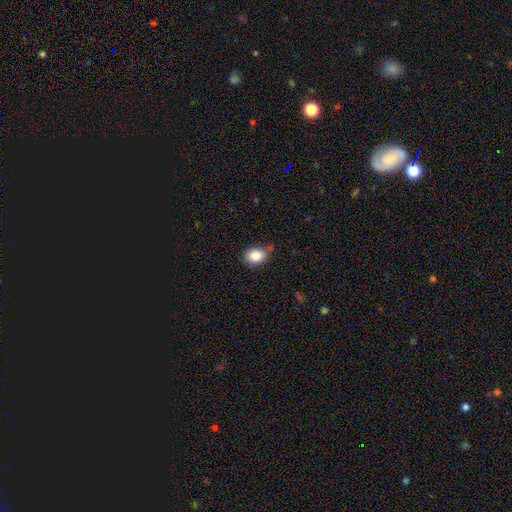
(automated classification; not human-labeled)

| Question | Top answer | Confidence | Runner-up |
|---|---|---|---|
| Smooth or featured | smooth | 87% | star or artifact (8%) |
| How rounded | in between | 70% | round (28%) |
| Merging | none | 73% | minor disturbance (21%) |